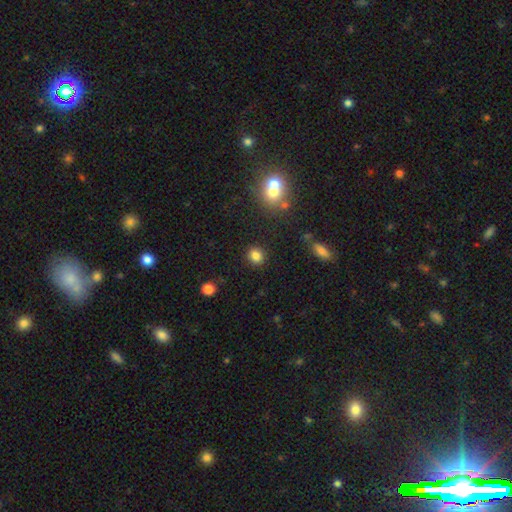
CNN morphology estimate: Smooth or featured? smooth (83%)
How rounded? round (78%)
Merging? none (89%)